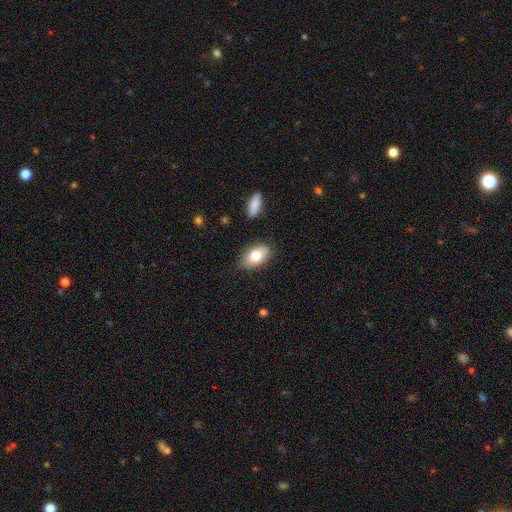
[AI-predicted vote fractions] Morphology: type=smooth (82%); roundness=in between (92%); merging=none (81%).